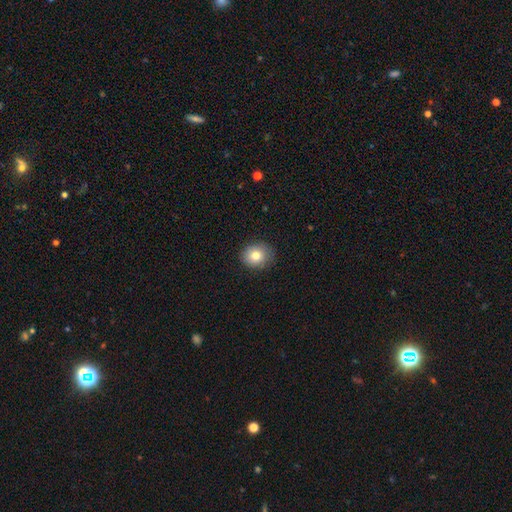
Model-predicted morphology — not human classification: type=smooth (80%); roundness=round (68%); merging=none (85%).